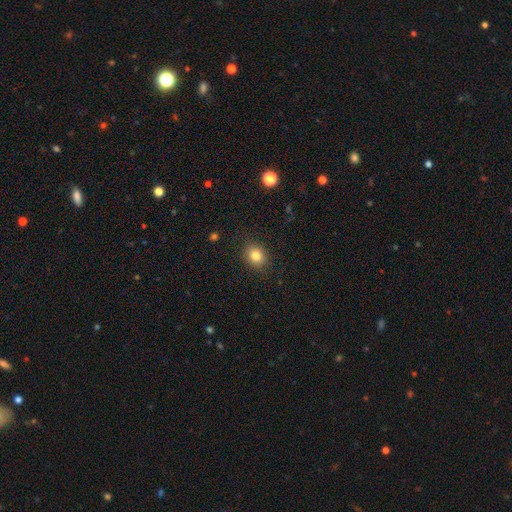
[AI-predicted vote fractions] smooth_or_featured: smooth (p=0.82) [alt: star or artifact p=0.11]
how_rounded: round (p=0.60) [alt: in between p=0.39]
merging: none (p=0.88) [alt: minor disturbance p=0.08]